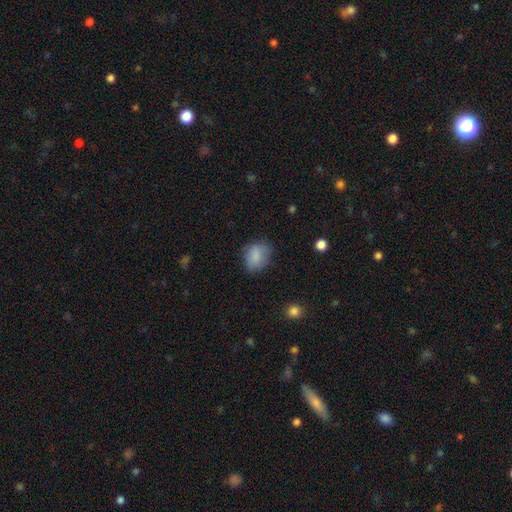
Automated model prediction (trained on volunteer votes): smooth 83%, star or artifact 9%, featured or disk 8%. Down the decision tree: how rounded — in between (62%); merging — none (68%).